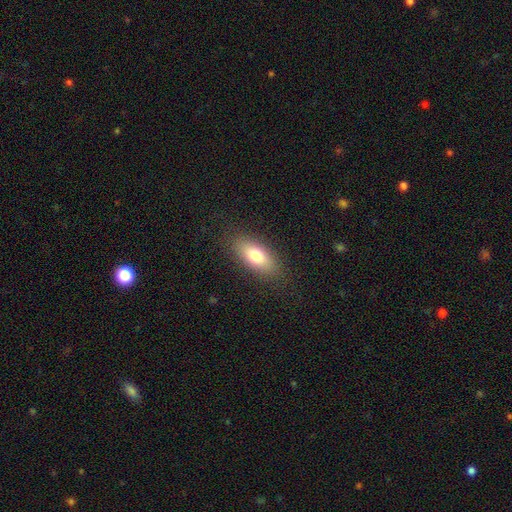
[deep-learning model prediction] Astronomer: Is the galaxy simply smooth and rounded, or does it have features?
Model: smooth — 76%.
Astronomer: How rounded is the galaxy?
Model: in between — 82%.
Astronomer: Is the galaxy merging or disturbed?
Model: none — 85%.